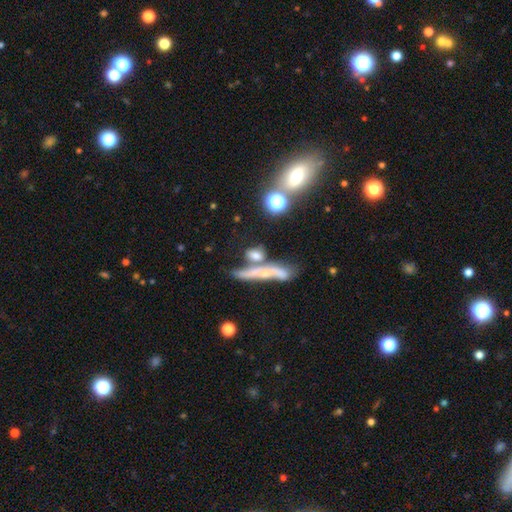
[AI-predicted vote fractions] This is possibly a smooth galaxy (57%). How rounded: marginally cigar-shaped (41%). Merging: possibly merger (45%).